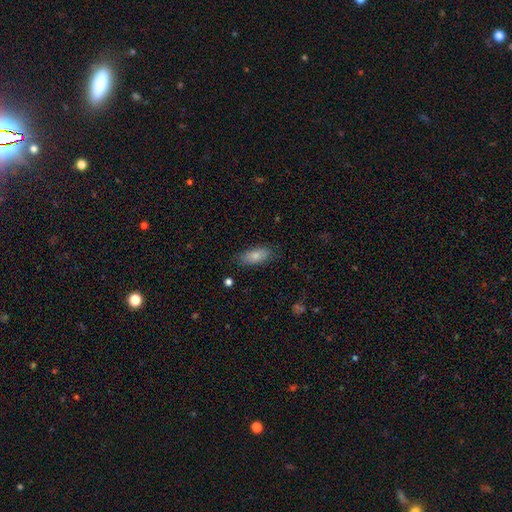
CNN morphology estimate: smooth-or-featured: smooth: 81% | featured or disk: 12% | star or artifact: 7%
  how-rounded: in between: 83% | cigar-shaped: 15% | round: 3%
  merging: none: 82% | minor disturbance: 14% | major disturbance: 3% | merger: 1%